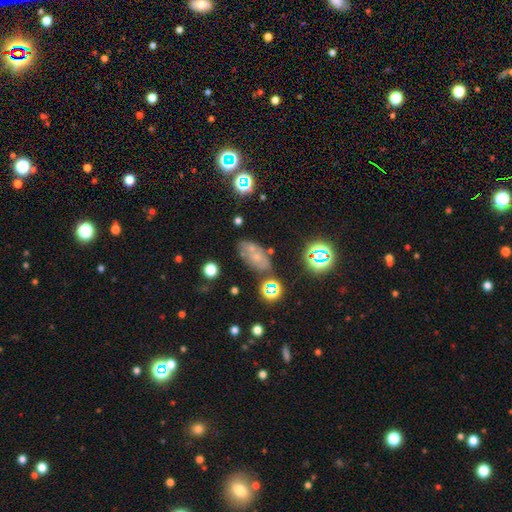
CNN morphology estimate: Smooth or featured? smooth (45%)
Merging? none (62%)